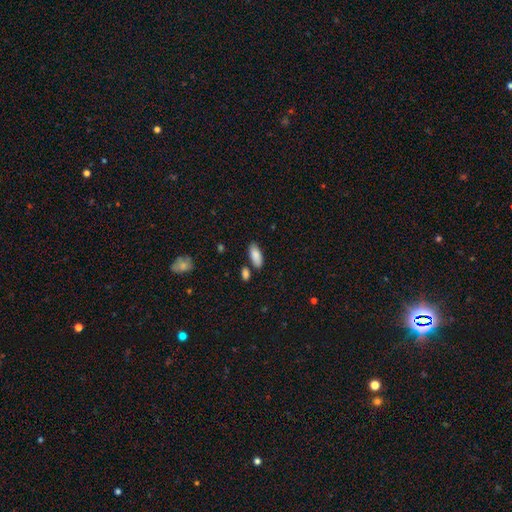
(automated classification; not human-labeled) Smooth or featured? Predicted: smooth (p=0.87). How rounded? Predicted: in between (p=0.85). Merging? Predicted: none (p=0.76).